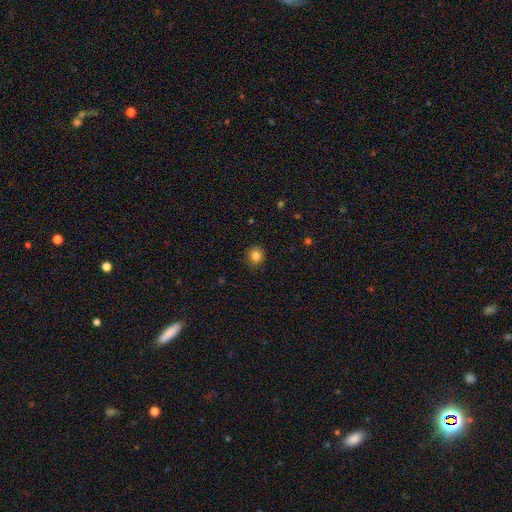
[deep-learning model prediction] Morphology: type=smooth (83%); roundness=round (89%); merging=none (90%).